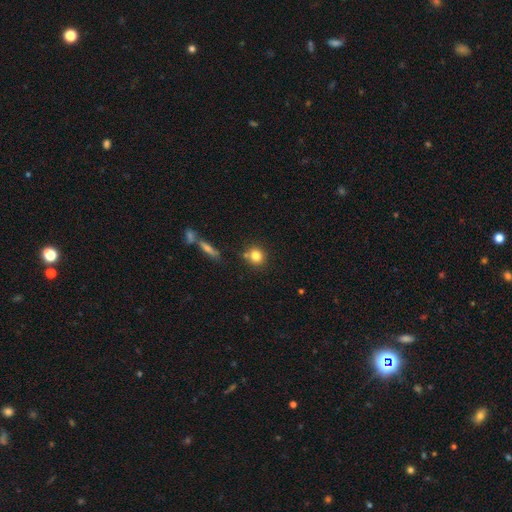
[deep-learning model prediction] smooth-or-featured: smooth: 81% | star or artifact: 11% | featured or disk: 8%
  how-rounded: round: 86% | in between: 12% | cigar-shaped: 1%
  merging: none: 74% | merger: 12% | minor disturbance: 11% | major disturbance: 3%